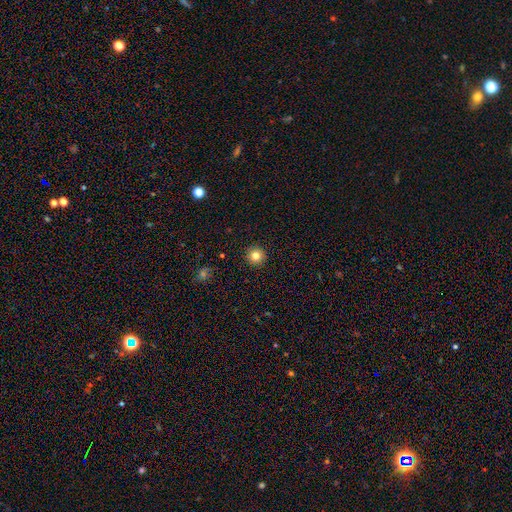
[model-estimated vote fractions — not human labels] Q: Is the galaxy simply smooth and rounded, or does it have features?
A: smooth — 82%.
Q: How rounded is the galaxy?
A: round — 96%.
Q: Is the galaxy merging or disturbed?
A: none — 93%.